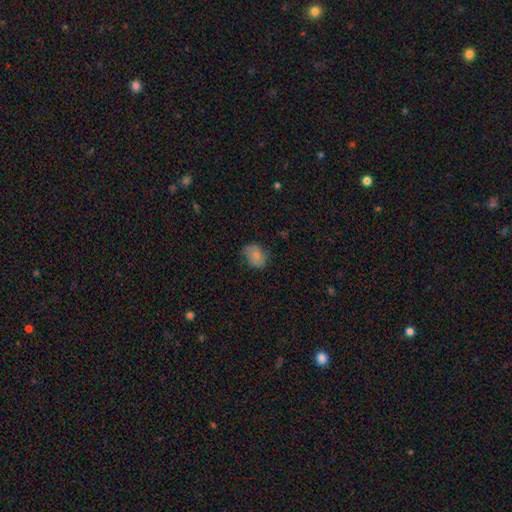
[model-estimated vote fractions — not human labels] Smooth or featured? smooth (78%)
How rounded? in between (57%)
Merging? none (68%)